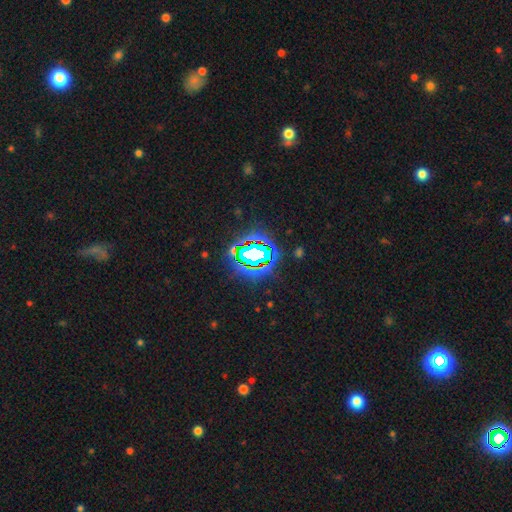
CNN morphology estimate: star or artifact 74%, smooth 15%, featured or disk 11%.